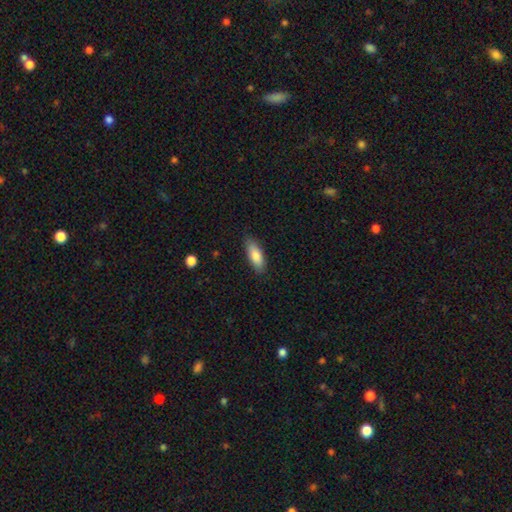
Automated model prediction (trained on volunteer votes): This appears to be a smooth galaxy with no disk features (83%) that is in between round and cigar-shaped (68%). Merging: none (85%).